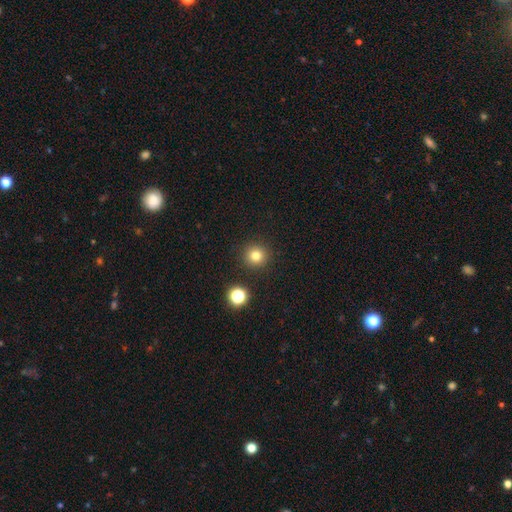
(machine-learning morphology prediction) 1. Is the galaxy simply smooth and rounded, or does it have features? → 79% smooth, 15% star or artifact, 7% featured or disk.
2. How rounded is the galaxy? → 95% round, 4% in between, 1% cigar-shaped.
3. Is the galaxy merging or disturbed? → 91% none, 5% minor disturbance, 2% major disturbance, 2% merger.